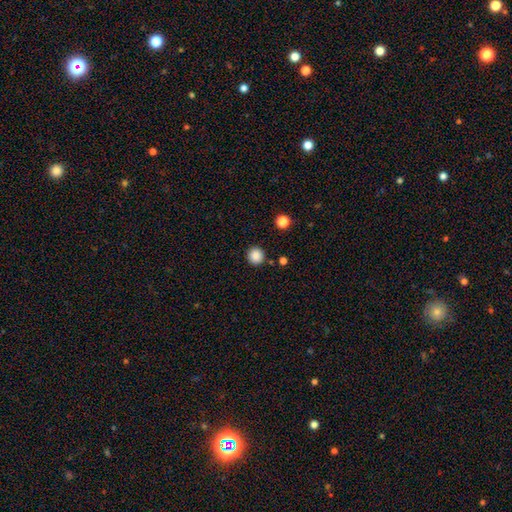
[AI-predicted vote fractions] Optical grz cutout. It shows a smooth galaxy with no disk features (87%) that is round (94%). Merging: none (90%).